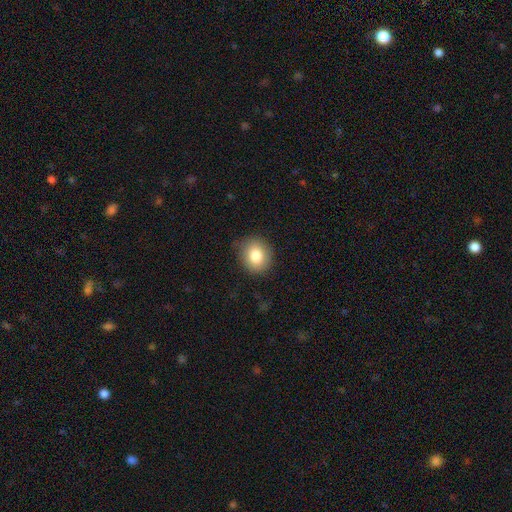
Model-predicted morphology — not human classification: smooth_or_featured: smooth (p=0.83) [alt: star or artifact p=0.09]
how_rounded: round (p=0.71) [alt: in between p=0.28]
merging: none (p=0.82) [alt: minor disturbance p=0.13]